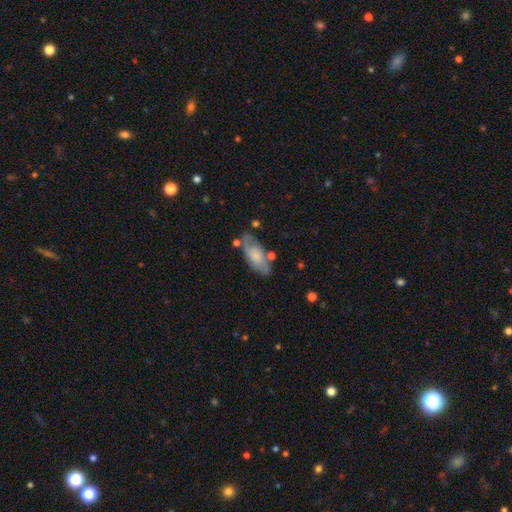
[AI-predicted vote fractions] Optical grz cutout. It shows a smooth galaxy with no disk features (60%) that is in between round and cigar-shaped (84%). Merging: none (64%).